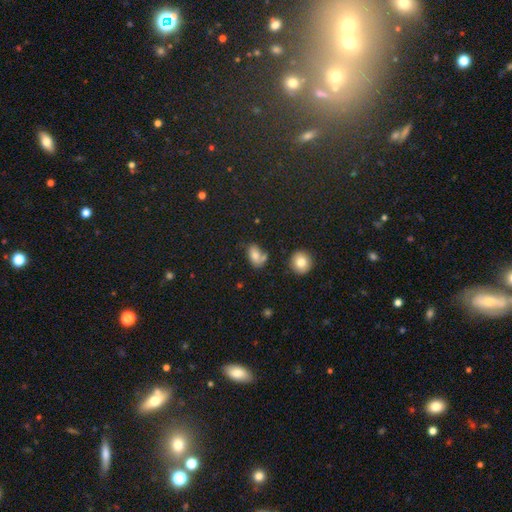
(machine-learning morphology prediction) A smooth galaxy with no disk features (73%) that is in between round and cigar-shaped (84%).

Vote fractions:
- Smooth or featured? smooth: 73% / star or artifact: 14% / featured or disk: 13%
- How rounded? in between: 84% / round: 13% / cigar-shaped: 2%
- Merging? none: 55% / minor disturbance: 21% / merger: 16% / major disturbance: 8%